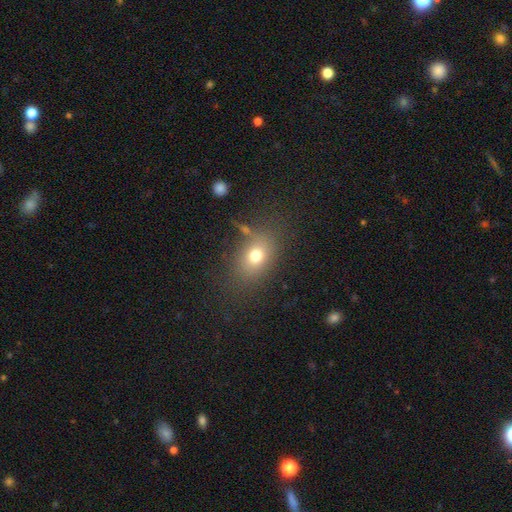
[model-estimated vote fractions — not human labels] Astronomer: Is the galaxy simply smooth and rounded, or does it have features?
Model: smooth — 72%.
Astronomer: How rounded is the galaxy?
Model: in between — 66%.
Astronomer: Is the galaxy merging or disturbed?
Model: none — 75%.